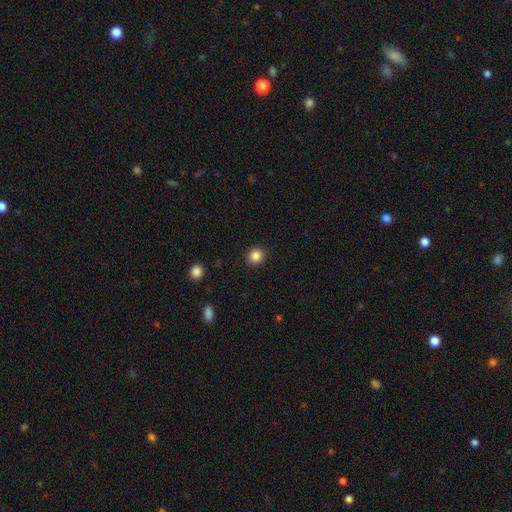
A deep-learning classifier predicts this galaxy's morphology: Overall: smooth (86%). How rounded: round (83%). Merging: none (91%).